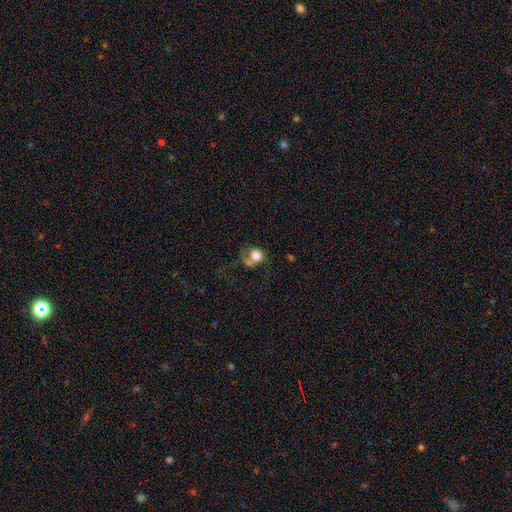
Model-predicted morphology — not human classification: Smooth or featured? smooth (72%)
How rounded? round (73%)
Merging? none (34%)